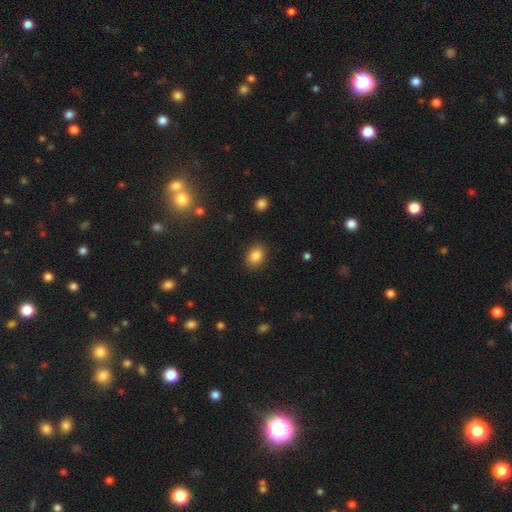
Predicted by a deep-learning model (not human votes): A smooth galaxy with no disk features (86%) that is in between round and cigar-shaped (59%).

Vote fractions:
- Smooth or featured? smooth: 86% / star or artifact: 10% / featured or disk: 5%
- How rounded? in between: 59% / round: 40% / cigar-shaped: 1%
- Merging? none: 87% / minor disturbance: 9% / major disturbance: 3% / merger: 1%